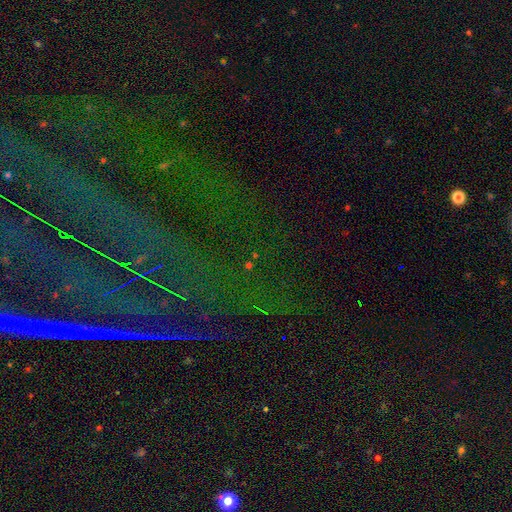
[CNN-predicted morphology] type=star or artifact (80%).